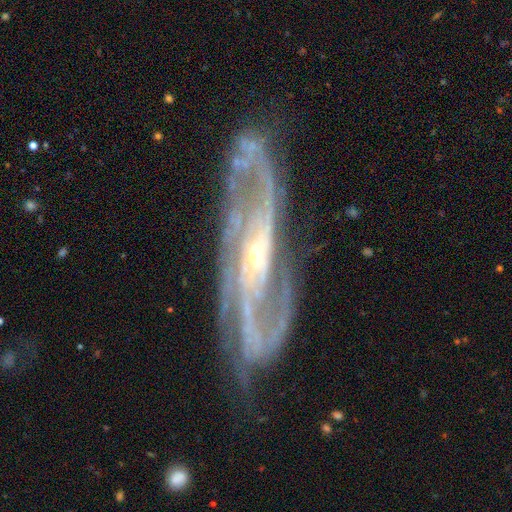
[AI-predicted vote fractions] Q: Smooth or featured?
A: featured or disk (92%); runner-up: star or artifact (5%)
Q: Edge-on disk?
A: no (89%); runner-up: yes (11%)
Q: Bar?
A: strong (41%); runner-up: weak (31%)
Q: Spiral arms?
A: yes (98%); runner-up: no (2%)
Q: Spiral winding?
A: medium (50%); runner-up: tight (32%)
Q: Spiral arm count?
A: 2 (75%); runner-up: 3 (9%)
Q: Bulge size?
A: small (65%); runner-up: moderate (31%)
Q: Merging?
A: none (76%); runner-up: minor disturbance (15%)